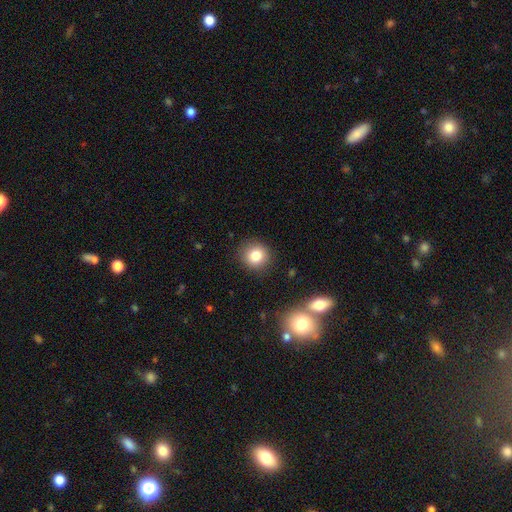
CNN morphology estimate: This appears to be a smooth galaxy with no disk features (82%) that is round (89%). Merging: none (88%).